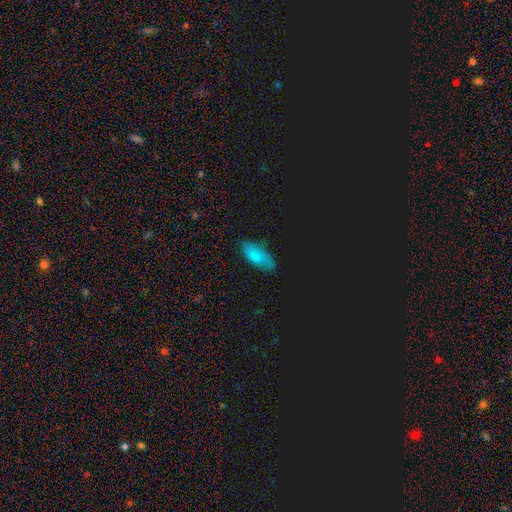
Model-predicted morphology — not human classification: Q: Smooth or featured?
A: smooth (73%); runner-up: star or artifact (15%)
Q: How rounded?
A: in between (86%); runner-up: cigar-shaped (11%)
Q: Merging?
A: none (75%); runner-up: minor disturbance (19%)